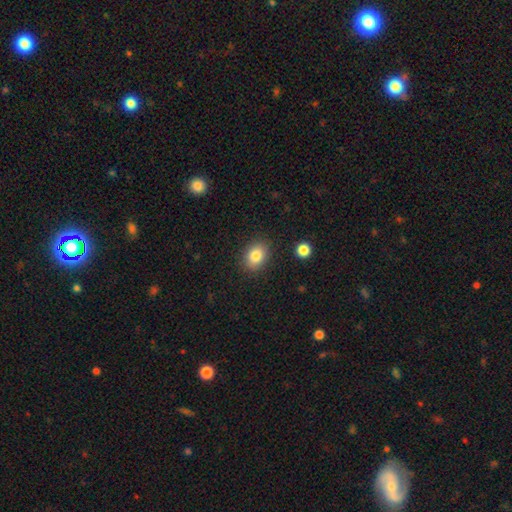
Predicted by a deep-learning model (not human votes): Morphology: type=smooth (83%); roundness=in between (66%); merging=none (87%).